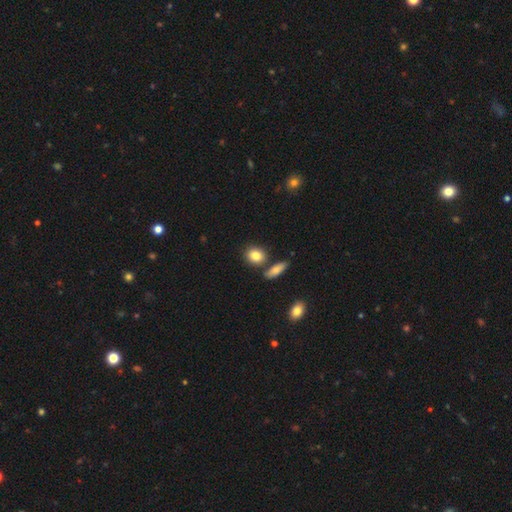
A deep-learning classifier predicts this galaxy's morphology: Smooth or featured? Predicted: smooth (p=0.84). How rounded? Predicted: round (p=0.53). Merging? Predicted: none (p=0.73).